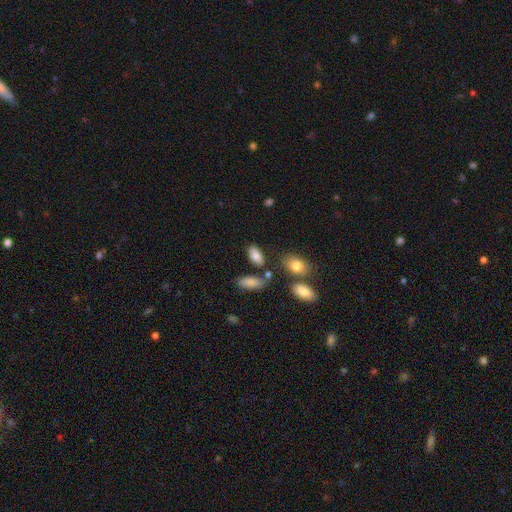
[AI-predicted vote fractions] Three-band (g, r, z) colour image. It shows a smooth galaxy with no disk features (81%) that is in between round and cigar-shaped (90%). Merging: none (72%).